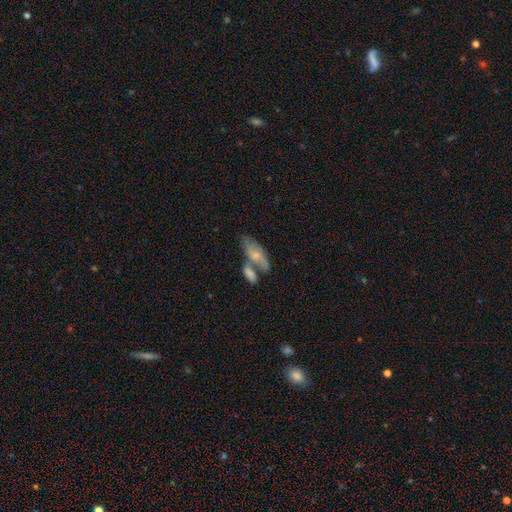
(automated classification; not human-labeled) Smooth or featured? Predicted: smooth (p=0.57). How rounded? Predicted: in between (p=0.80). Merging? Predicted: merger (p=0.49).